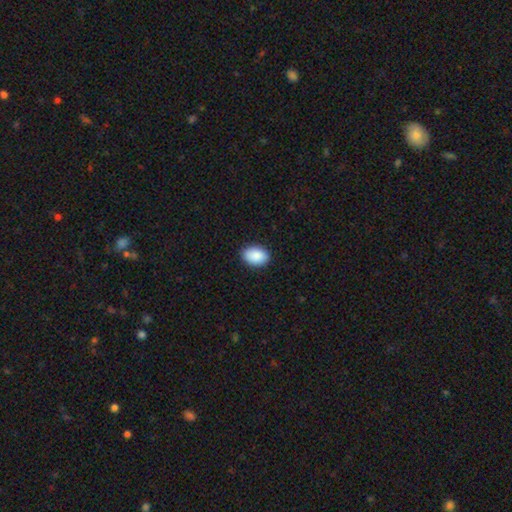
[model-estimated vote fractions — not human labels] smooth 90%, star or artifact 6%, featured or disk 3%. Down the decision tree: how rounded — in between (87%); merging — none (90%).